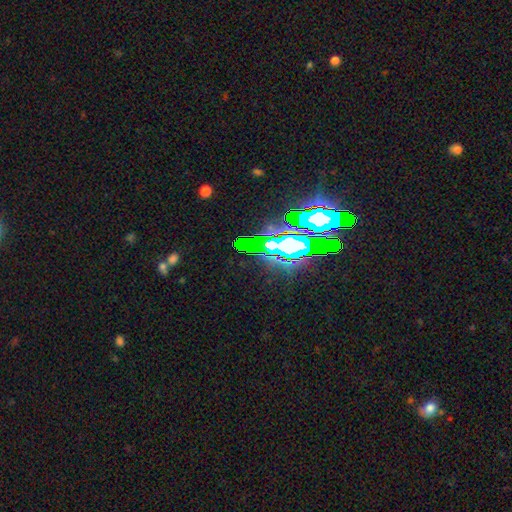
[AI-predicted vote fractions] Smooth or featured?
  - star or artifact: 73% *
  - featured or disk: 14%
  - smooth: 12%